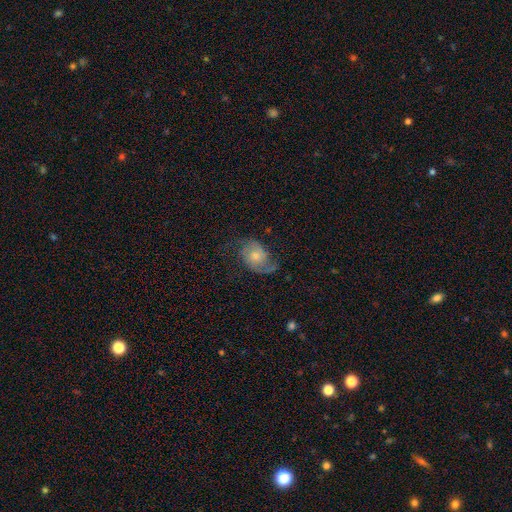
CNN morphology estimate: Smooth or featured? Predicted: featured or disk (p=0.77). Edge-on disk? Predicted: no (p=0.97). Bar? Predicted: no (p=0.70). Spiral arms? Predicted: yes (p=0.93). Spiral winding? Predicted: medium (p=0.44). Spiral arm count? Predicted: 2 (p=0.85). Bulge size? Predicted: moderate (p=0.49). Merging? Predicted: none (p=0.63).